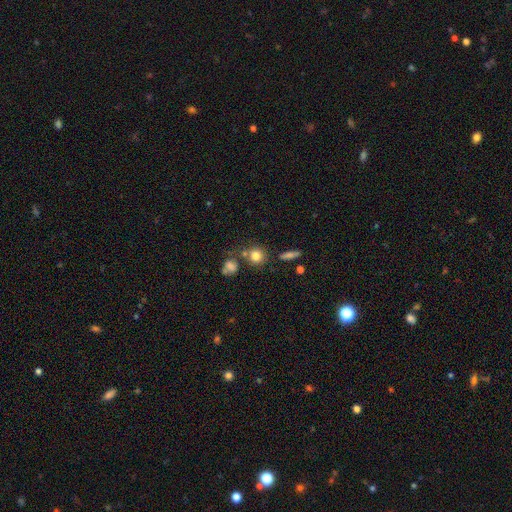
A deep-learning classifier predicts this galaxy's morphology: type=smooth (78%); roundness=round (84%); merging=none (66%).